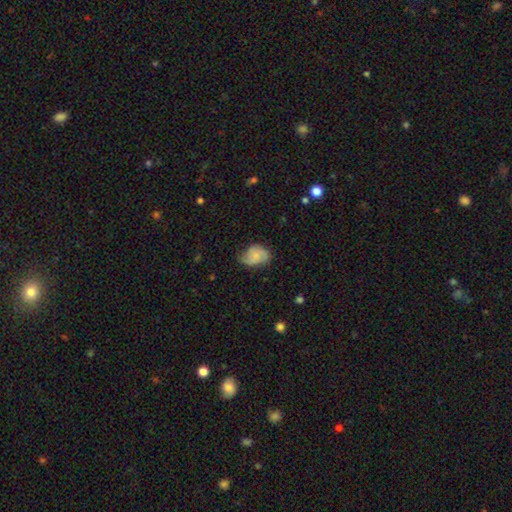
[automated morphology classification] This is possibly a smooth galaxy (59%). How rounded: likely in between (74%). Merging: possibly none (47%).